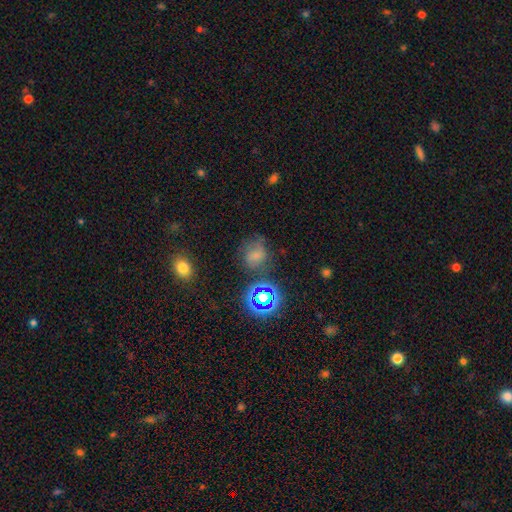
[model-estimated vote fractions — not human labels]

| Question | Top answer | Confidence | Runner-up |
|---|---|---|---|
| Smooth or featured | smooth | 58% | star or artifact (27%) |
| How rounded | round | 63% | in between (36%) |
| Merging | none | 55% | minor disturbance (25%) |